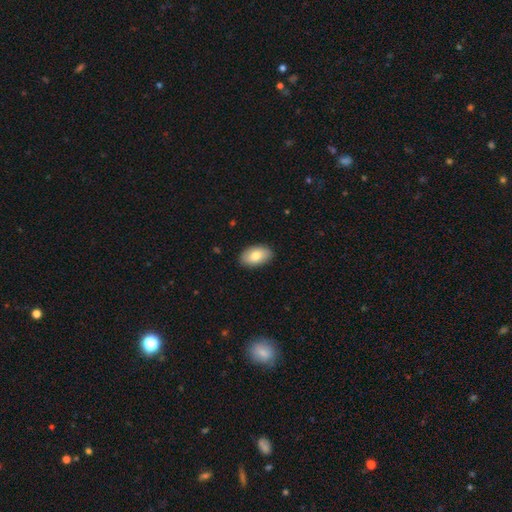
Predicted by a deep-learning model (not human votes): Overall: smooth (79%). How rounded: in between (93%). Merging: none (88%).